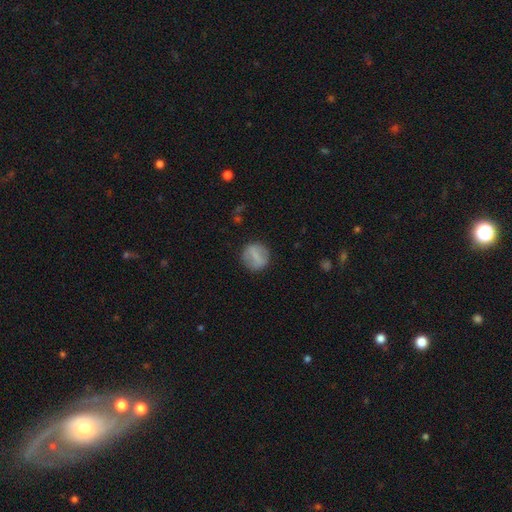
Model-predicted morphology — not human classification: Smooth or featured? smooth (65%)
How rounded? round (83%)
Merging? none (85%)